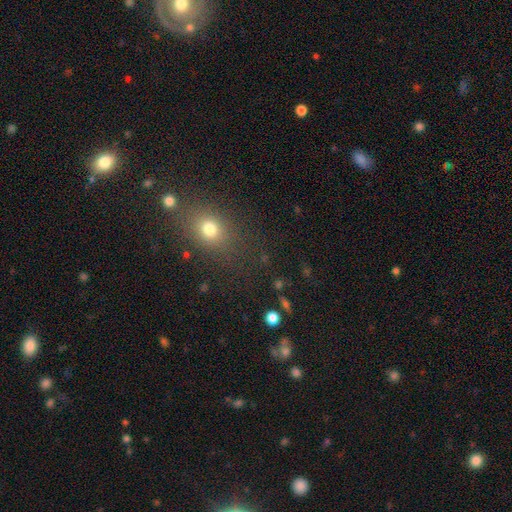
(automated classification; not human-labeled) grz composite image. It shows a smooth galaxy with no disk features (62%) that is round (59%). Merging: none (82%).